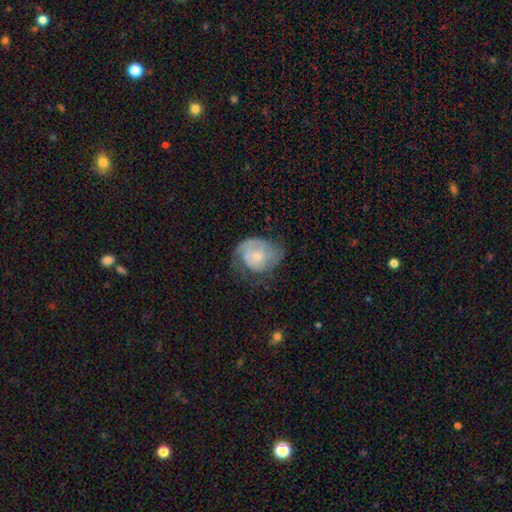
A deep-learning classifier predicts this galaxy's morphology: Smooth or featured: featured or disk — 67% (smooth — 27%)
Edge-on disk: no — 98% (yes — 2%)
Bar: no — 69% (weak — 27%)
Spiral arms: yes — 84% (no — 16%)
Spiral winding: tight — 44% (medium — 38%)
Spiral arm count: 2 — 42% (1 — 26%)
Bulge size: small — 55% (moderate — 37%)
Merging: none — 47% (minor disturbance — 27%)